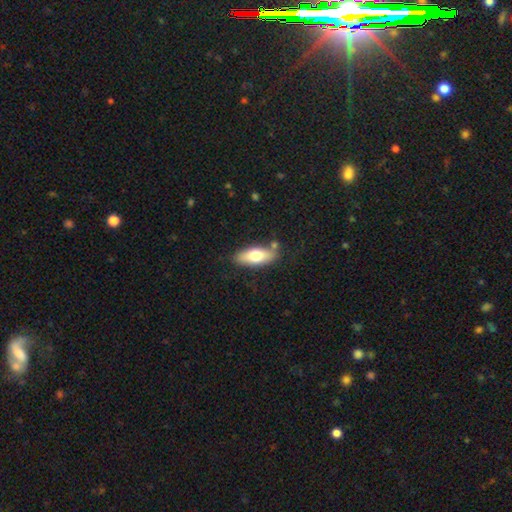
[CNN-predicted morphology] This is likely a smooth galaxy (69%). How rounded: likely in between (77%). Merging: likely none (78%).